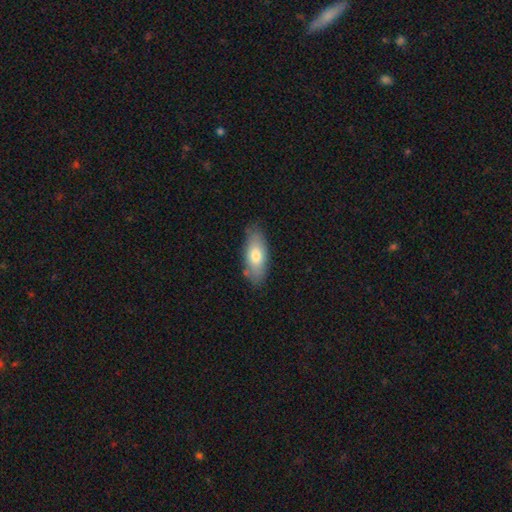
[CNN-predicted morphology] A smooth galaxy with no disk features (74%) that is in between round and cigar-shaped (82%). Merging: none (78%).